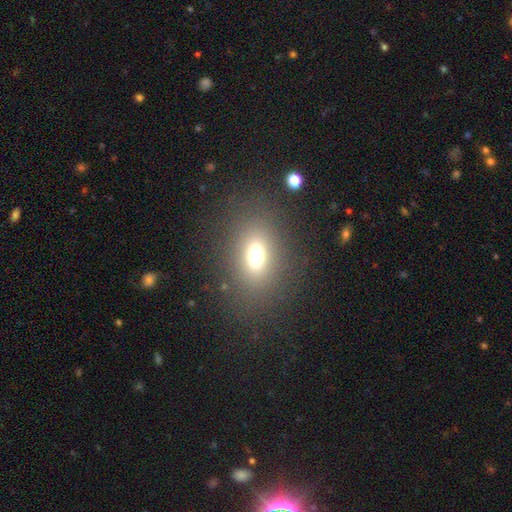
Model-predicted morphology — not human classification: type=smooth (68%); roundness=in between (66%); merging=none (82%).